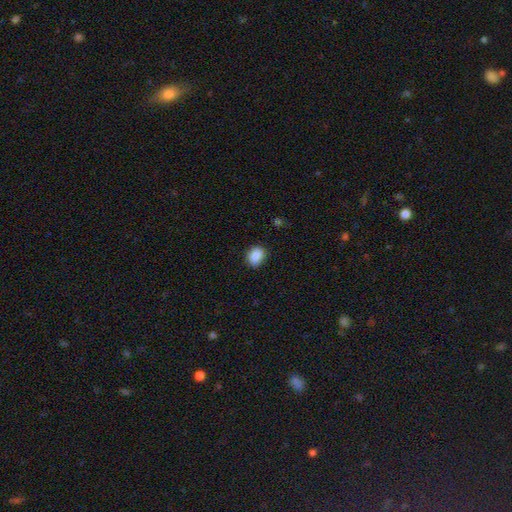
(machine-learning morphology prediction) This appears to be a smooth galaxy with no disk features (87%) that is in between round and cigar-shaped (53%). Merging: none (84%).